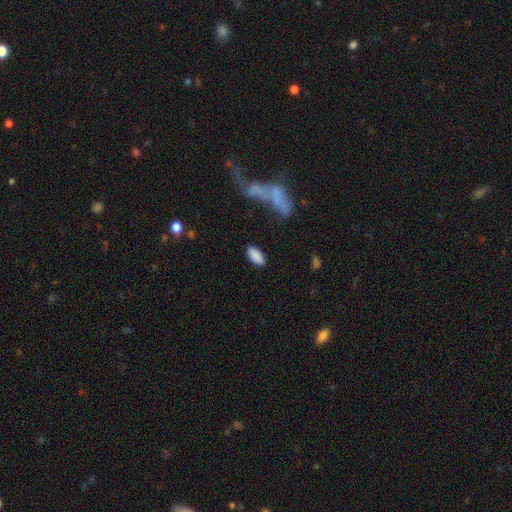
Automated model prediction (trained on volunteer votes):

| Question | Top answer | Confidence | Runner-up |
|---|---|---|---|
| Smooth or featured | smooth | 88% | star or artifact (7%) |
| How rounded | in between | 91% | cigar-shaped (7%) |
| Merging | none | 86% | minor disturbance (9%) |